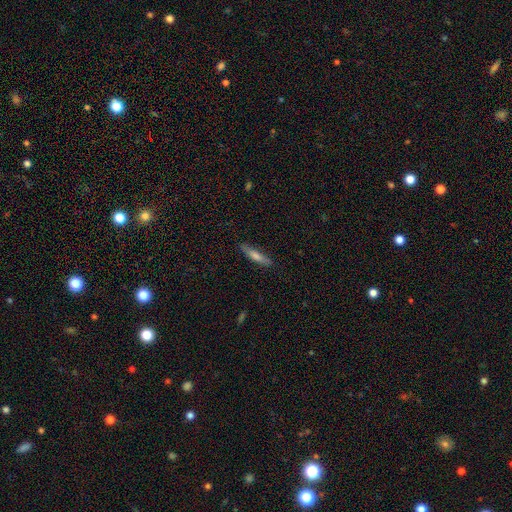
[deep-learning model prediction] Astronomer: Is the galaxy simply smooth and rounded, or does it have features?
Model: featured or disk — 45%, tied with smooth at 45%.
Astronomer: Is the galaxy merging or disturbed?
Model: none — 85%.